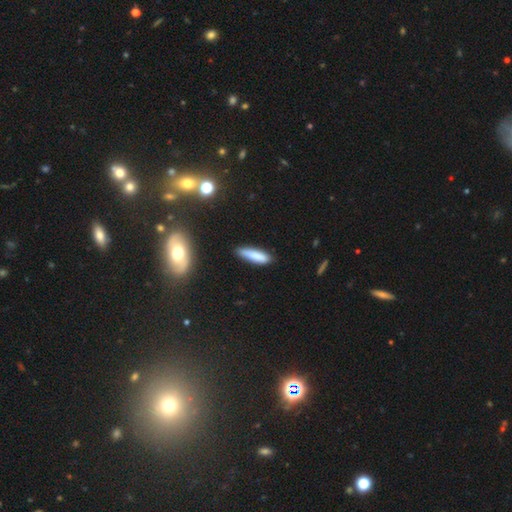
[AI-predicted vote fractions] This appears to be a smooth galaxy with no disk features (83%) that is cigar-shaped (70%). Merging: none (80%).